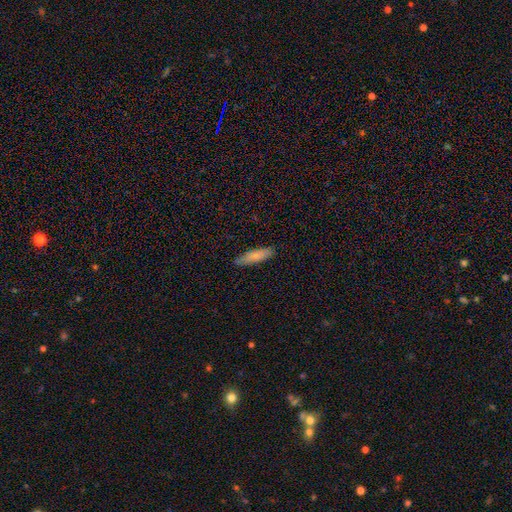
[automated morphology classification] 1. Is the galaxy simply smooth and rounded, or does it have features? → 77% smooth, 17% featured or disk, 6% star or artifact.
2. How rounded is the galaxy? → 67% cigar-shaped, 31% in between, 2% round.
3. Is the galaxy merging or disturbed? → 85% none, 12% minor disturbance, 2% major disturbance, 1% merger.